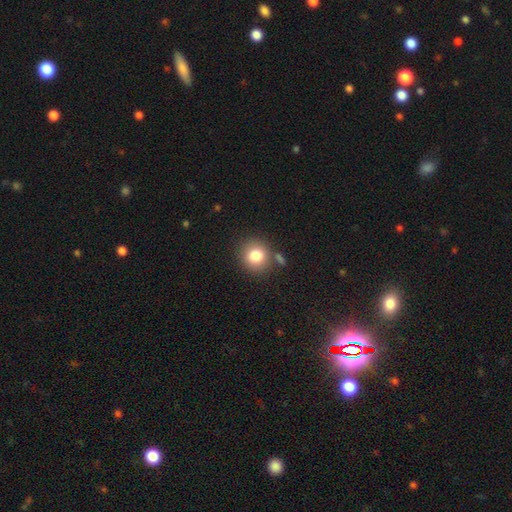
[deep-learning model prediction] Smooth or featured?
  - smooth: 81% *
  - star or artifact: 11%
  - featured or disk: 9%
How rounded?
  - round: 87% *
  - in between: 13%
  - cigar-shaped: 1%
Merging?
  - none: 78% *
  - minor disturbance: 10%
  - merger: 8%
  - major disturbance: 4%